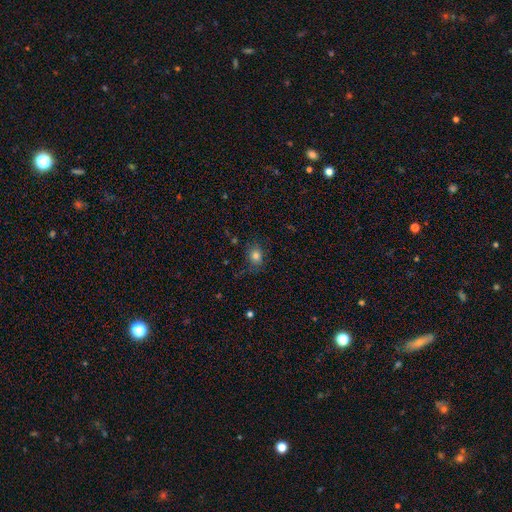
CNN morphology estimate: smooth_or_featured: smooth (p=0.79) [alt: star or artifact p=0.13]
how_rounded: round (p=0.54) [alt: in between p=0.45]
merging: none (p=0.74) [alt: minor disturbance p=0.18]